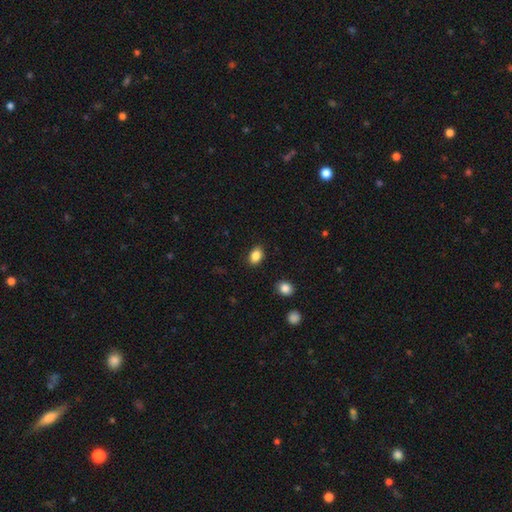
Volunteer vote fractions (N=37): Smooth or featured? 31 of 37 (84%) said smooth. How rounded? 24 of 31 (77%) said in between. Merging? 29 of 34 (85%) said none.